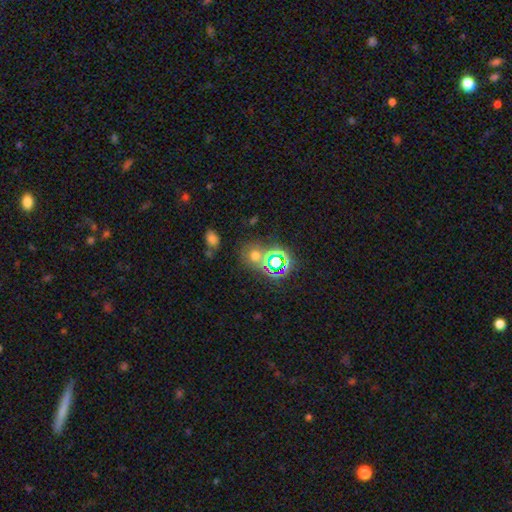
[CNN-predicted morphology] Smooth or featured? star or artifact (46%)